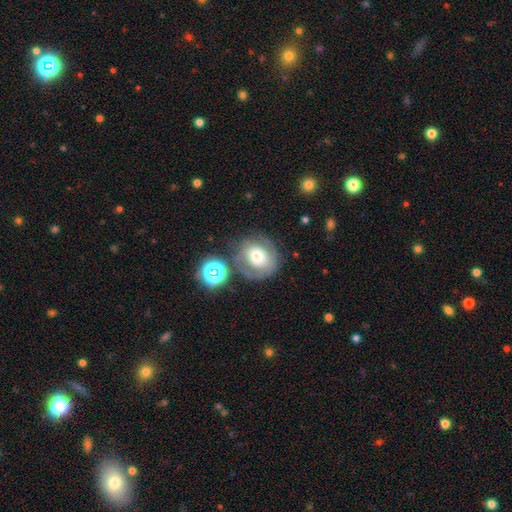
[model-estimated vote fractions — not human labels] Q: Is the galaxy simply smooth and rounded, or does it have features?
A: smooth — 46%.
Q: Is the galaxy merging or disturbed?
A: none — 62%.